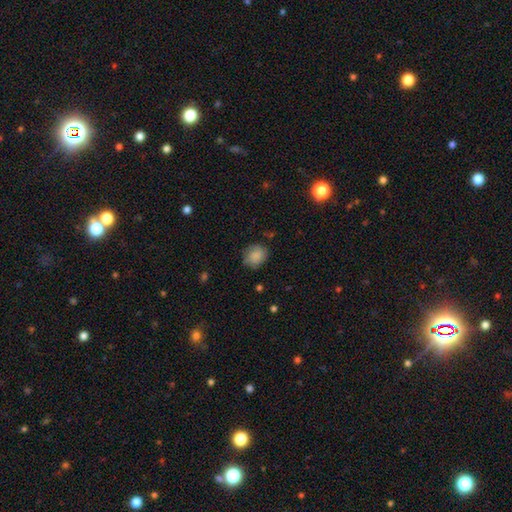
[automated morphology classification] A smooth galaxy with no disk features (83%) that is round (61%).

Vote fractions:
- Smooth or featured? smooth: 83% / featured or disk: 9% / star or artifact: 8%
- How rounded? round: 61% / in between: 38% / cigar-shaped: 1%
- Merging? none: 73% / minor disturbance: 20% / major disturbance: 5% / merger: 2%